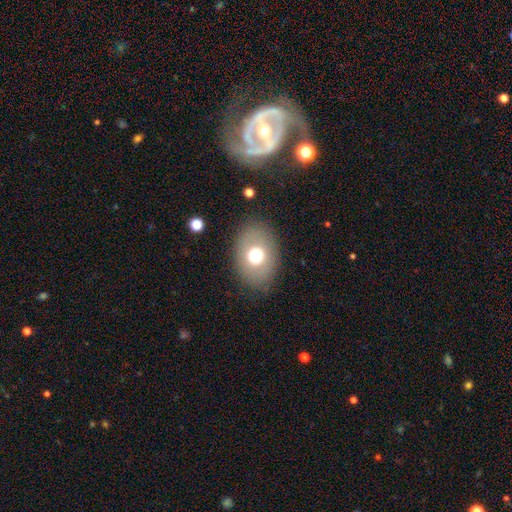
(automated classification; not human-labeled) This is likely a smooth galaxy (68%). How rounded: likely in between (74%). Merging: clearly none (82%).